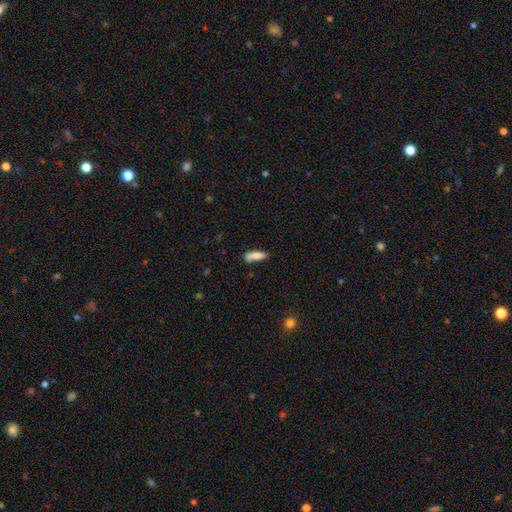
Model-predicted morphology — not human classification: Overall: smooth (80%). How rounded: cigar-shaped (53%; in between 45%). Merging: none (58%; minor disturbance 26%).